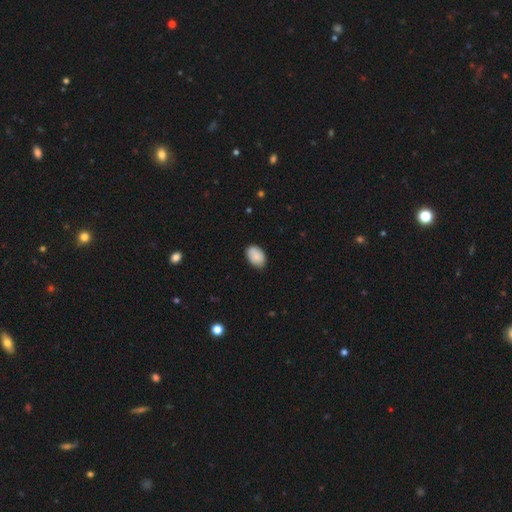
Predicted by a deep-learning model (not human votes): Smooth or featured?
  - smooth: 89% *
  - star or artifact: 7%
  - featured or disk: 4%
How rounded?
  - in between: 89% *
  - round: 10%
  - cigar-shaped: 1%
Merging?
  - none: 81% *
  - minor disturbance: 16%
  - major disturbance: 2%
  - merger: 1%